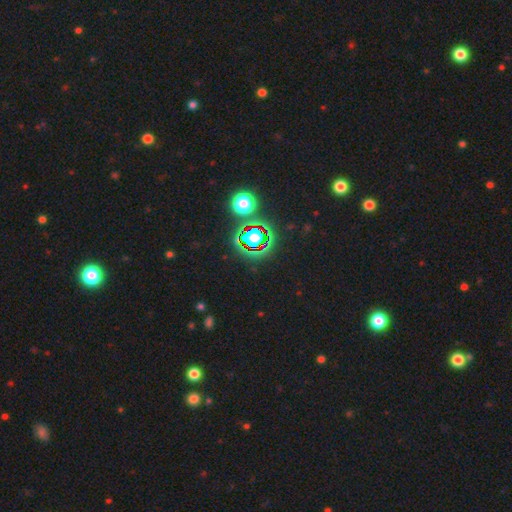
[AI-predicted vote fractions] smooth_or_featured: star or artifact (p=0.75) [alt: smooth p=0.17]